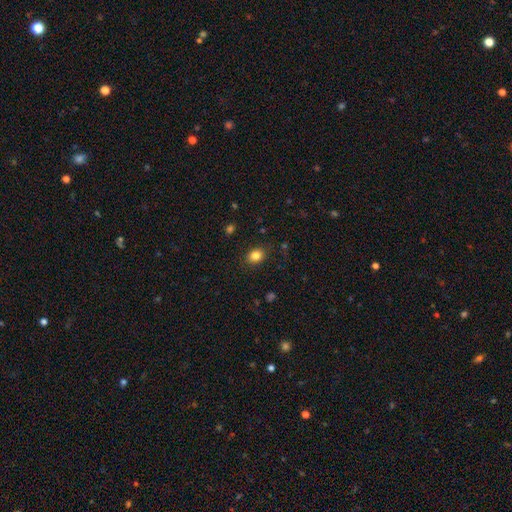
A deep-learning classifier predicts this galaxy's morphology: Q: Smooth or featured?
A: smooth (83%); runner-up: star or artifact (11%)
Q: How rounded?
A: in between (57%); runner-up: round (42%)
Q: Merging?
A: none (86%); runner-up: minor disturbance (10%)